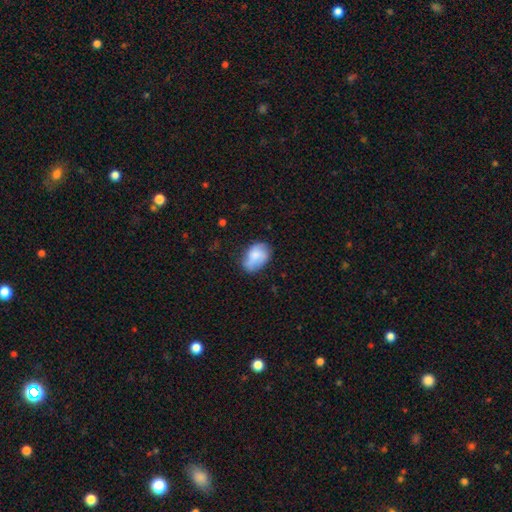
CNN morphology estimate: Smooth or featured? smooth (69%)
How rounded? in between (81%)
Merging? none (55%)